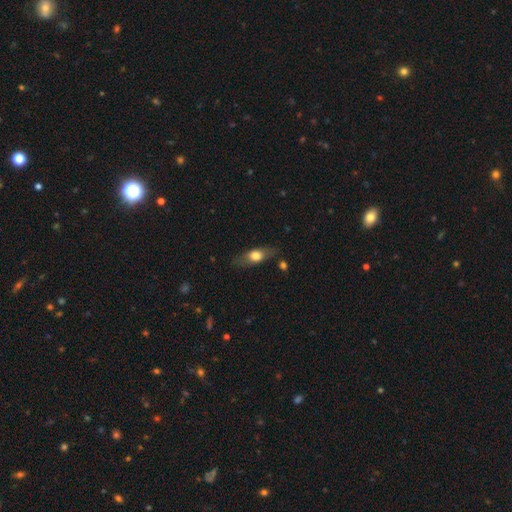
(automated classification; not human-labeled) Smooth or featured: smooth — 60% (featured or disk — 33%)
How rounded: in between — 65% (cigar-shaped — 26%)
Merging: none — 73% (minor disturbance — 18%)